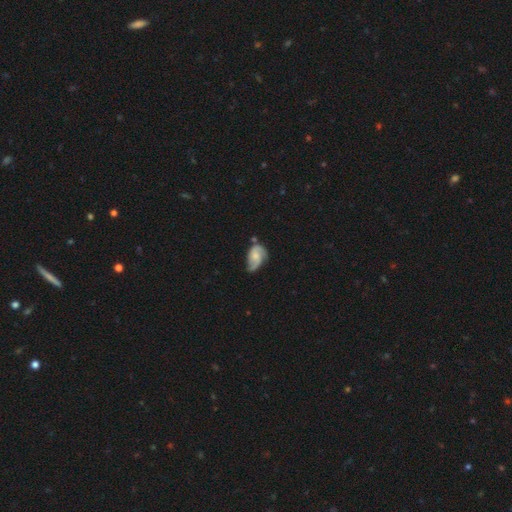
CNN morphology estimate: Overall: featured or disk (69%). Edge-on disk: no (97%). Bar: no (63%; weak 31%). Spiral arms: yes (92%). Spiral arm count: 2 (74%). Spiral winding: medium (44%; loose 34%). Bulge size: small (40%; moderate 36%). Merging: none (45%; minor disturbance 32%).